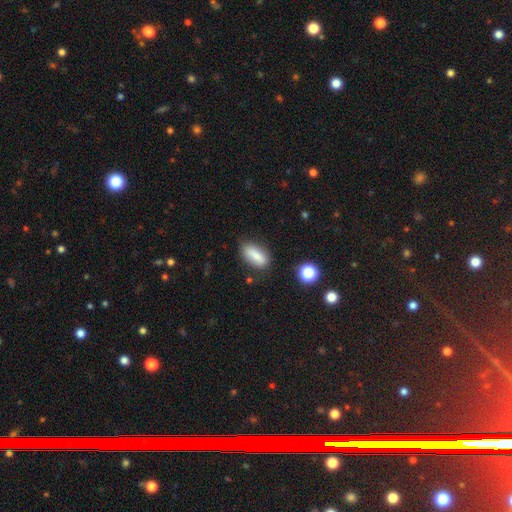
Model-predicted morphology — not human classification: The model was most divided on "how rounded": in between: 75%, cigar-shaped: 21%, round: 4%. More confident: smooth or featured — smooth (81%); merging — none (77%).